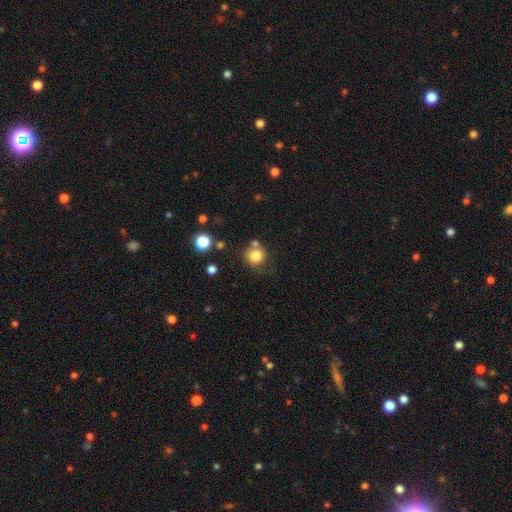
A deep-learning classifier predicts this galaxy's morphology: Q: Smooth or featured?
A: smooth (81%); runner-up: star or artifact (11%)
Q: How rounded?
A: round (91%); runner-up: in between (9%)
Q: Merging?
A: none (66%); runner-up: merger (16%)